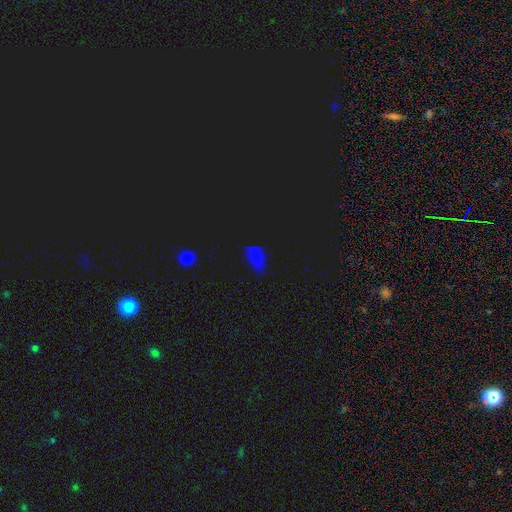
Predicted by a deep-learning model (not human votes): A smooth galaxy with no disk features (50%). Merging: none (65%).